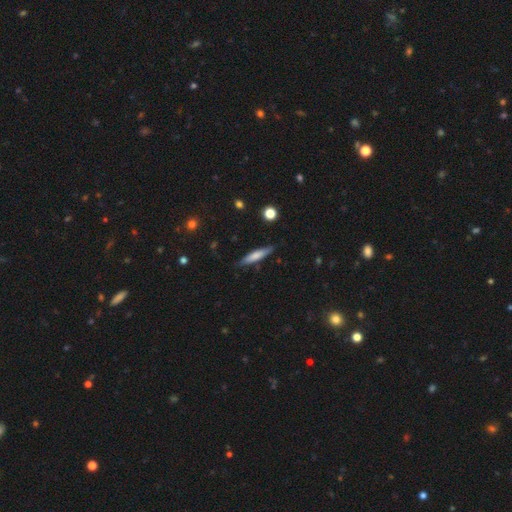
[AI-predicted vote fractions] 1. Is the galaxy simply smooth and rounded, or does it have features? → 67% smooth, 27% featured or disk, 6% star or artifact.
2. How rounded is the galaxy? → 85% cigar-shaped, 13% in between, 2% round.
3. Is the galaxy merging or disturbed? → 83% none, 13% minor disturbance, 2% major disturbance, 2% merger.